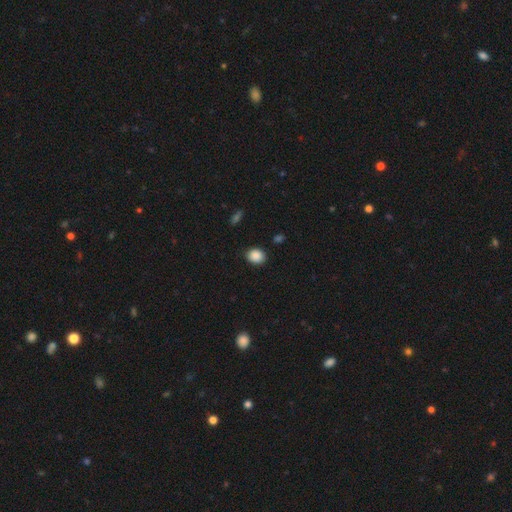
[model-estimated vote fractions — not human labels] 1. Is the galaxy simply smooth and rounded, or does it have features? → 88% smooth, 9% star or artifact, 3% featured or disk.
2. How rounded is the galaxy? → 57% round, 42% in between, 1% cigar-shaped.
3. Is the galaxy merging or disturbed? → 87% none, 9% minor disturbance, 2% major disturbance, 2% merger.